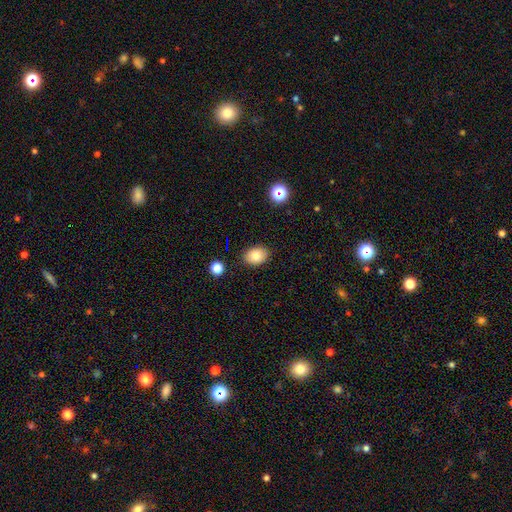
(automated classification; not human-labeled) Smooth or featured? smooth (83%)
How rounded? in between (72%)
Merging? none (86%)